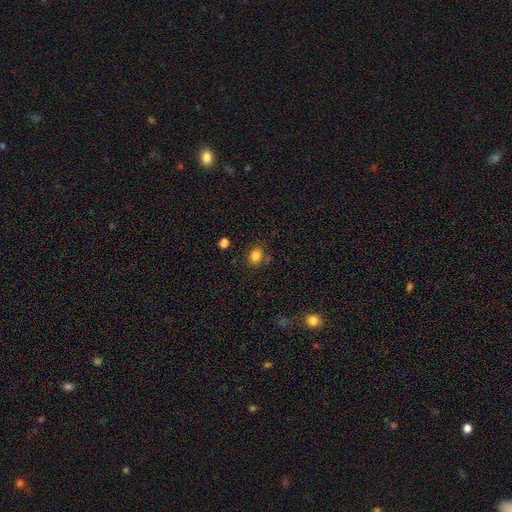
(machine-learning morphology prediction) Smooth or featured: smooth — 83% (star or artifact — 12%)
How rounded: in between — 54% (round — 44%)
Merging: none — 74% (minor disturbance — 13%)